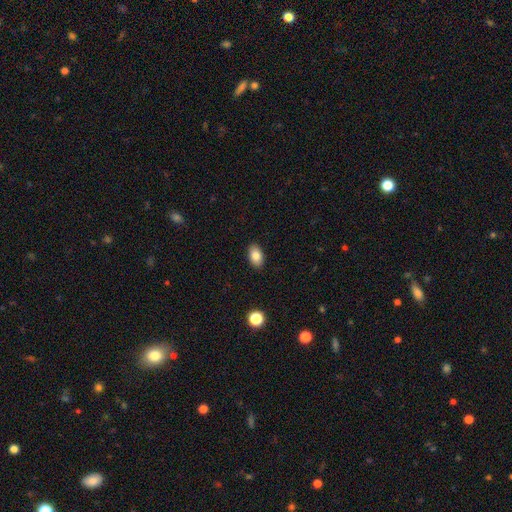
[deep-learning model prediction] Morphology: type=smooth (83%); roundness=in between (91%); merging=none (89%).